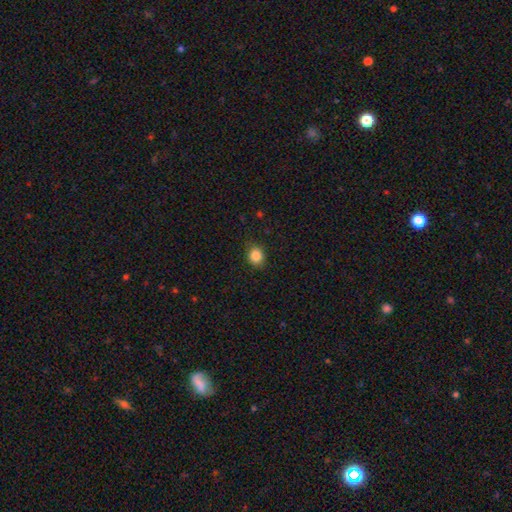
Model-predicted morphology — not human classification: Smooth or featured? Predicted: smooth (p=0.85). How rounded? Predicted: round (p=0.66). Merging? Predicted: none (p=0.87).